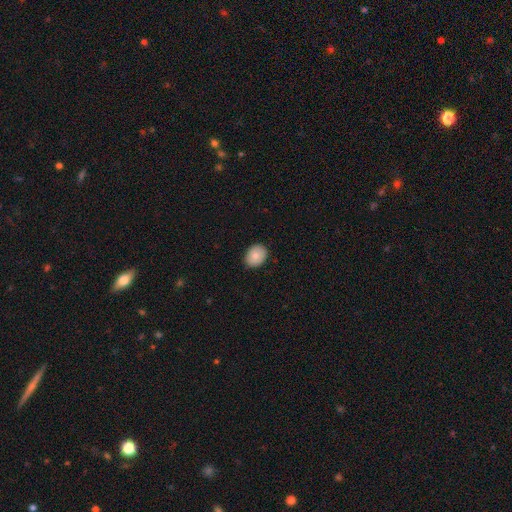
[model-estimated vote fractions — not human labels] This is clearly a smooth galaxy (85%). How rounded: possibly in between (58%). Merging: clearly none (88%).